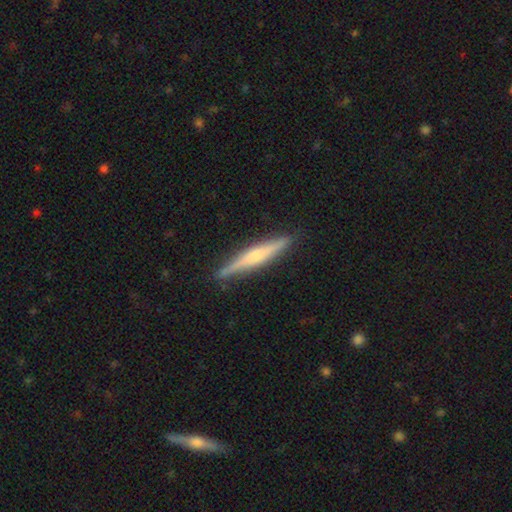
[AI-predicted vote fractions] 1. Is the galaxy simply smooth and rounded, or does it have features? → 59% featured or disk, 36% smooth, 6% star or artifact.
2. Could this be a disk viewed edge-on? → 97% yes, 3% no.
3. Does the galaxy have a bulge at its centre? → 62% rounded, 22% none, 16% boxy.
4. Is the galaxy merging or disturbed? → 89% none, 8% minor disturbance, 1% major disturbance, 1% merger.